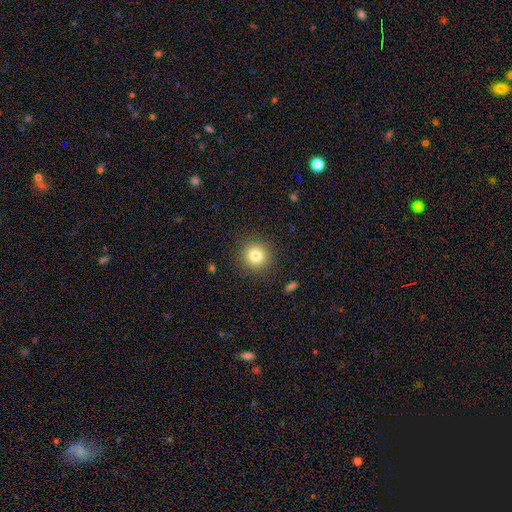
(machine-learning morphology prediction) smooth_or_featured: smooth (p=0.80) [alt: star or artifact p=0.12]
how_rounded: round (p=0.93) [alt: in between p=0.06]
merging: none (p=0.90) [alt: minor disturbance p=0.07]